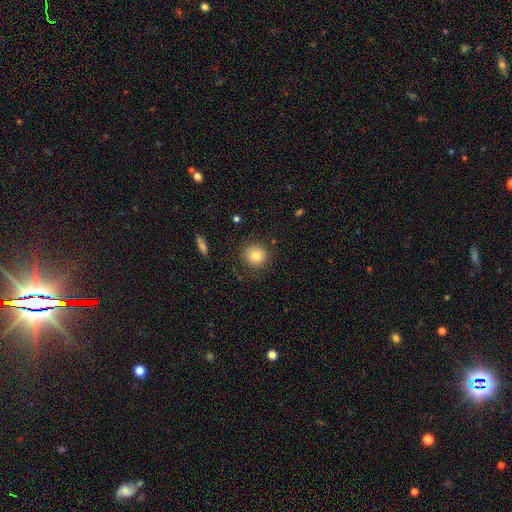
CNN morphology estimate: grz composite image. It shows a smooth galaxy with no disk features (81%) that is round (93%). Merging: none (88%).